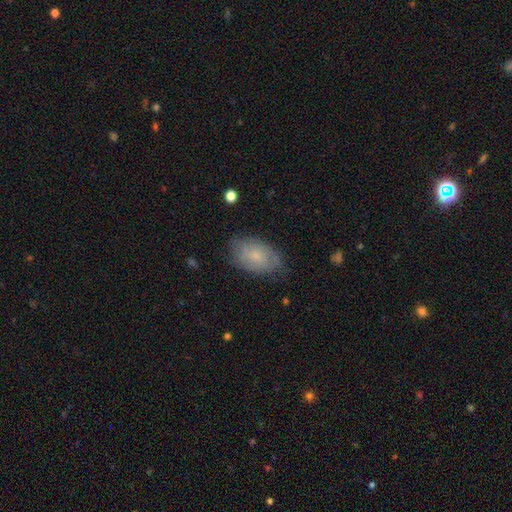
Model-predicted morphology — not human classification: The model was most divided on "smooth or featured": smooth: 51%, featured or disk: 41%, star or artifact: 8%. More confident: how rounded — in between (90%); merging — none (71%).